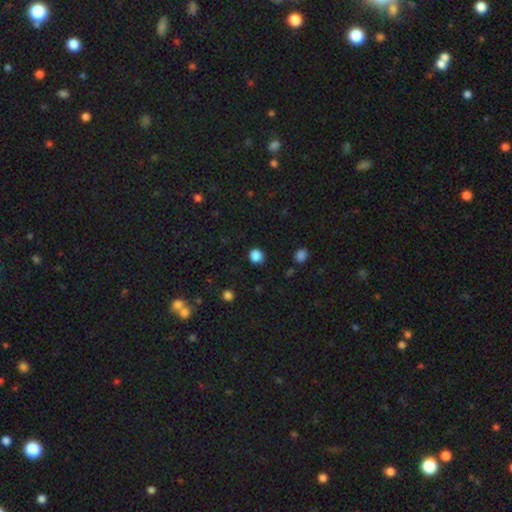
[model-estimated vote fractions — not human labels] Smooth or featured: smooth — 85% (star or artifact — 12%)
How rounded: round — 88% (in between — 11%)
Merging: none — 87% (minor disturbance — 9%)